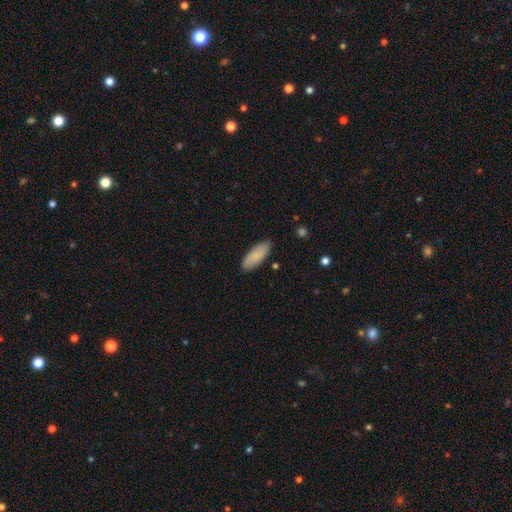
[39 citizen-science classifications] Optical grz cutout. It shows a smooth galaxy with no disk features (92%) that is in between round and cigar-shaped (86%). Merging: none (97%).